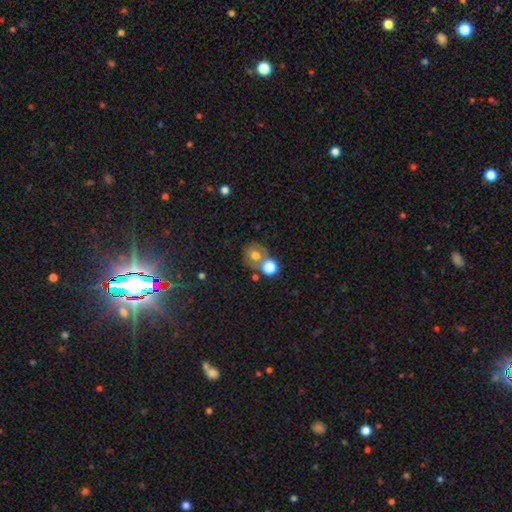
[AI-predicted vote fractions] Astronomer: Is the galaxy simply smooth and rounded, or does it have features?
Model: smooth — 64%.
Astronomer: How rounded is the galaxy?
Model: round — 73%.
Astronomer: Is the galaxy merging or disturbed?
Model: none — 50% (runner-up: merger, 32%).